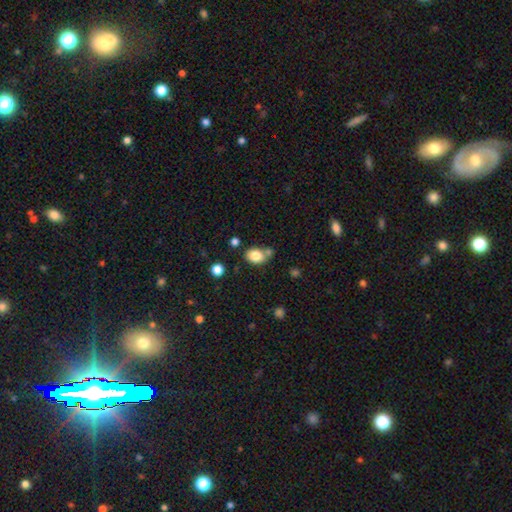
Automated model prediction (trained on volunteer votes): Smooth or featured: smooth — 82% (star or artifact — 10%)
How rounded: in between — 62% (round — 37%)
Merging: none — 56% (merger — 22%)